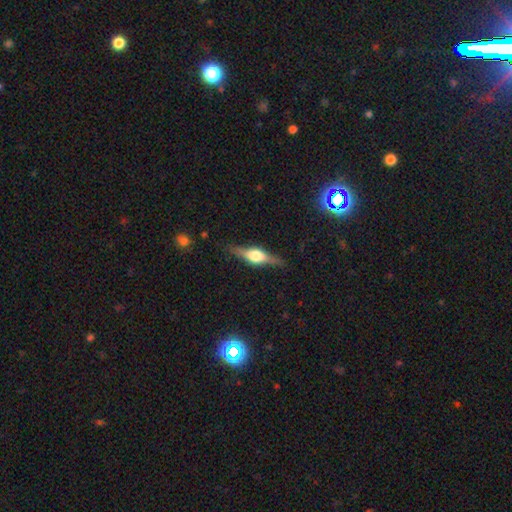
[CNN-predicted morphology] This appears to be a featured or disk galaxy (73%) viewed edge-on (96%) with a rounded central bulge (91%). Merging: none (86%).